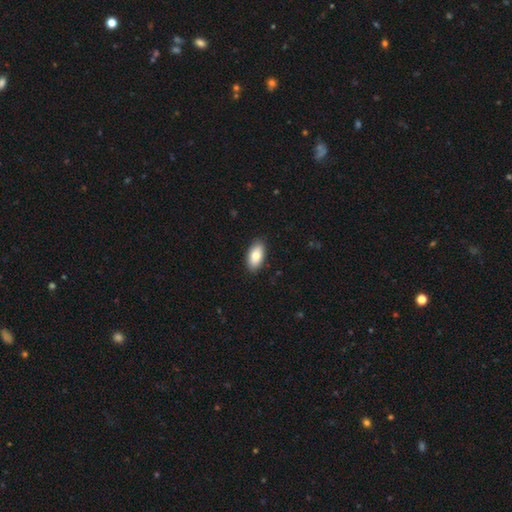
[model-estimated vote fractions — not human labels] Q: Smooth or featured?
A: smooth (80%); runner-up: featured or disk (13%)
Q: How rounded?
A: in between (93%); runner-up: cigar-shaped (4%)
Q: Merging?
A: none (88%); runner-up: minor disturbance (10%)